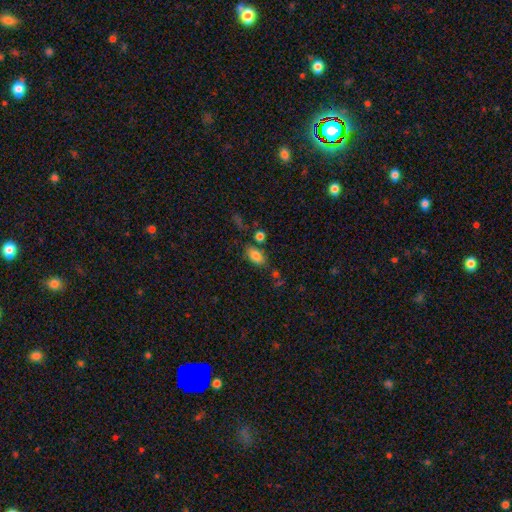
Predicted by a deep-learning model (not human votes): smooth_or_featured: smooth (p=0.82) [alt: star or artifact p=0.09]
how_rounded: in between (p=0.89) [alt: round p=0.07]
merging: none (p=0.72) [alt: minor disturbance p=0.15]